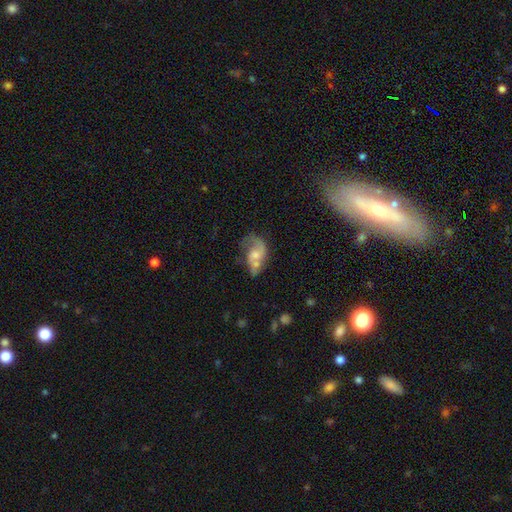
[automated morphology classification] smooth_or_featured: featured or disk (p=0.59) [alt: smooth p=0.32]
disk_edge_on: no (p=0.97) [alt: yes p=0.03]
bar: no (p=0.67) [alt: weak p=0.28]
has_spiral_arms: yes (p=0.71) [alt: no p=0.29]
bulge_size: moderate (p=0.47) [alt: small p=0.27]
merging: merger (p=0.32) [alt: major disturbance p=0.26]